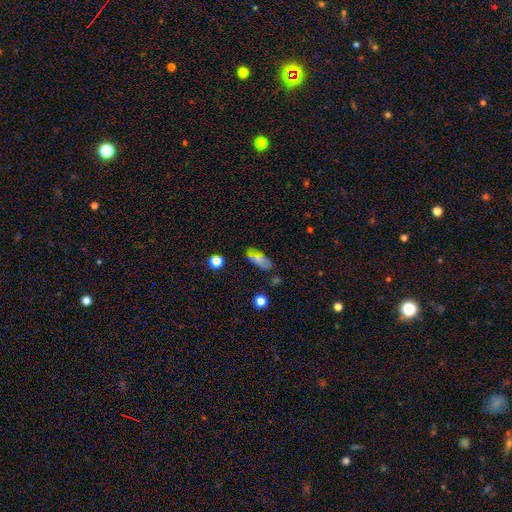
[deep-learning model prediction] smooth 65%, featured or disk 24%, star or artifact 11%. Down the decision tree: how rounded — in between (81%); merging — none (78%).